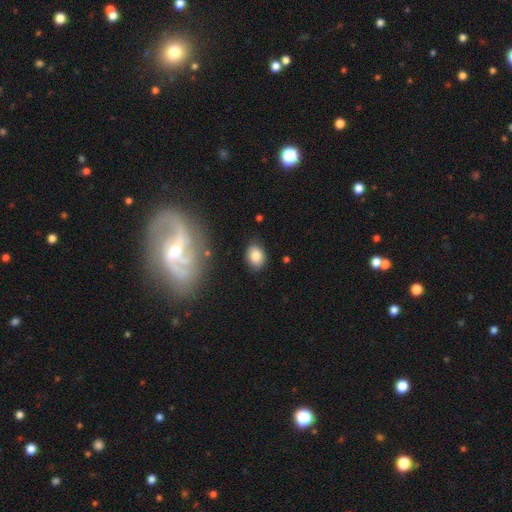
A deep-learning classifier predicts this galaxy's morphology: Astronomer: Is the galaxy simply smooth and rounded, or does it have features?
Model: smooth — 81%.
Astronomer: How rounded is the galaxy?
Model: in between — 72%.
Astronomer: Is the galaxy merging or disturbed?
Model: none — 82%.